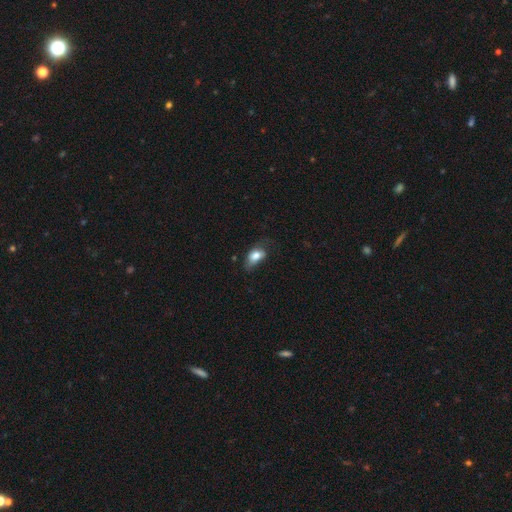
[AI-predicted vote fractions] Smooth or featured: smooth — 77% (featured or disk — 15%)
How rounded: in between — 87% (round — 10%)
Merging: none — 36% (tied with minor disturbance — 36%)